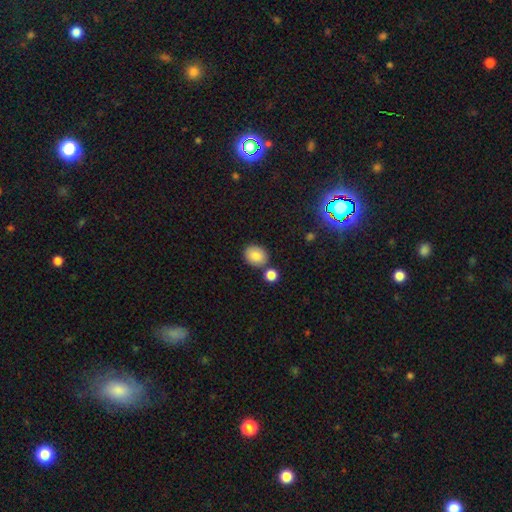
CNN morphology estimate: smooth_or_featured: smooth (p=0.84) [alt: star or artifact p=0.09]
how_rounded: round (p=0.52) [alt: in between p=0.47]
merging: none (p=0.75) [alt: merger p=0.12]